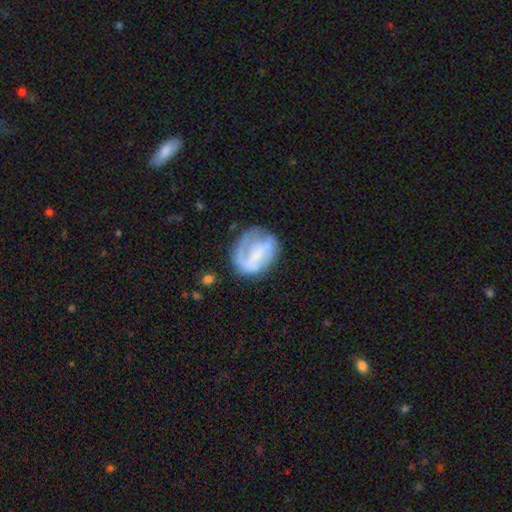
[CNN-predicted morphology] Overall: featured or disk (57%; smooth 36%). Edge-on disk: no (97%). Bar: no (38%; weak 36%). Spiral arms: yes (69%; no 31%). Bulge size: none (47%; small 29%). Merging: none (53%; minor disturbance 24%).